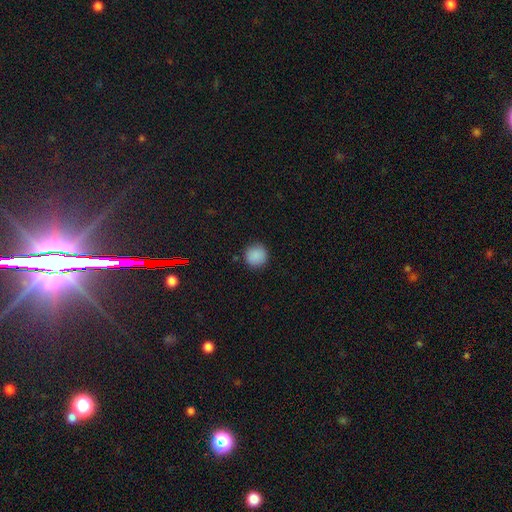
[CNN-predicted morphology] smooth 88%, star or artifact 9%, featured or disk 3%. Down the decision tree: how rounded — round (94%); merging — none (90%).